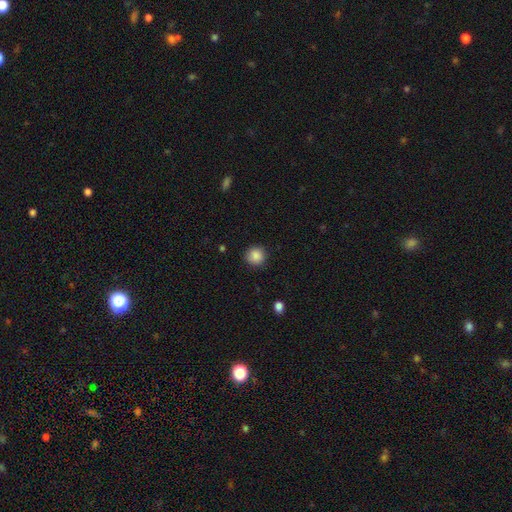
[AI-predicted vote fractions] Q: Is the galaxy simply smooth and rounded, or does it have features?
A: smooth — 87%.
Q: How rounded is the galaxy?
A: round — 92%.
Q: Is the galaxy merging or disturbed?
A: none — 90%.